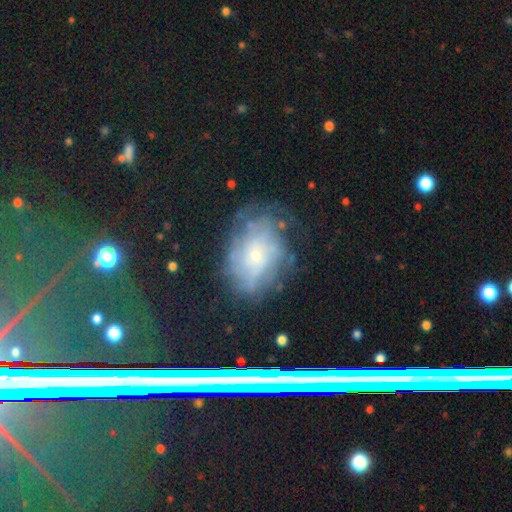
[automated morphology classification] smooth_or_featured: featured or disk (p=0.54) [alt: smooth p=0.29]
disk_edge_on: no (p=0.92) [alt: yes p=0.08]
merging: none (p=0.58) [alt: minor disturbance p=0.23]